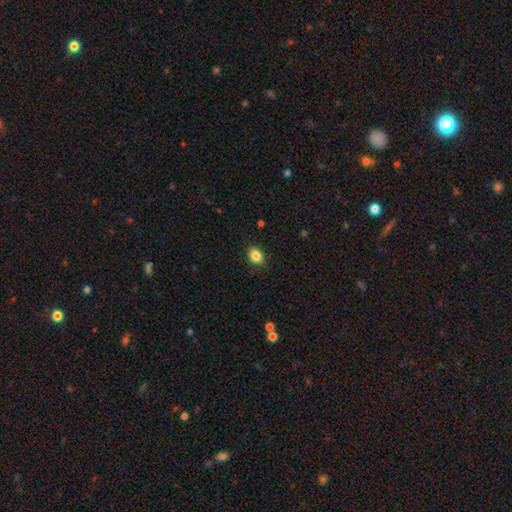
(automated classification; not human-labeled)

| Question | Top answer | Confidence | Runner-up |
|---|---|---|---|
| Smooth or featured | smooth | 86% | star or artifact (10%) |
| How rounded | in between | 66% | round (33%) |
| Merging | none | 90% | minor disturbance (7%) |